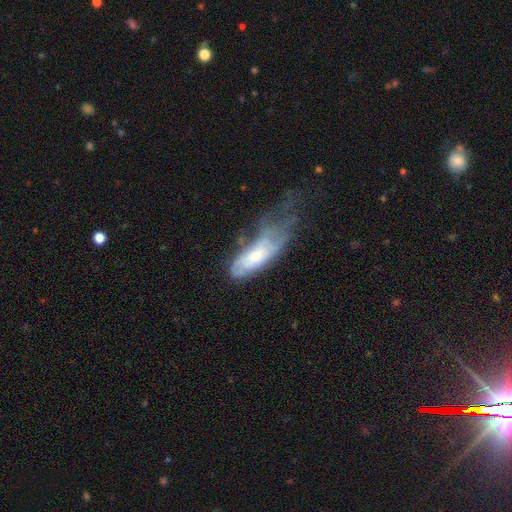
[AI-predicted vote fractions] Smooth or featured: smooth — 49% (featured or disk — 44%)
Merging: major disturbance — 48% (minor disturbance — 29%)